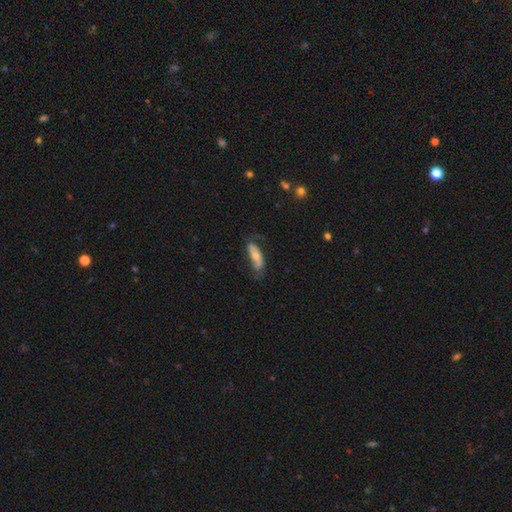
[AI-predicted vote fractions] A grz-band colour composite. It shows a smooth galaxy with no disk features (47%, tied with featured or disk). Merging: none (60%).